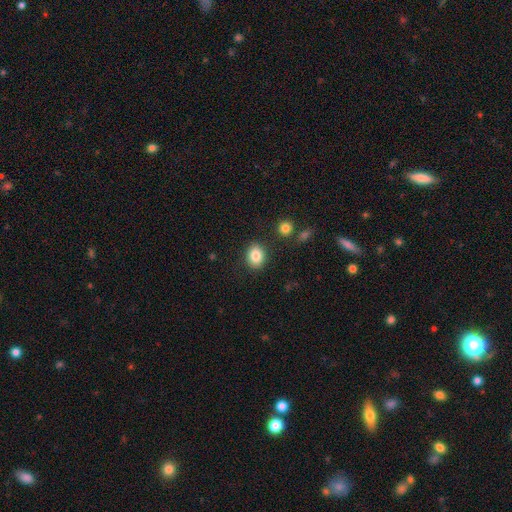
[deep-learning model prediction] Morphology: type=smooth (84%); roundness=in between (53%); merging=none (86%).